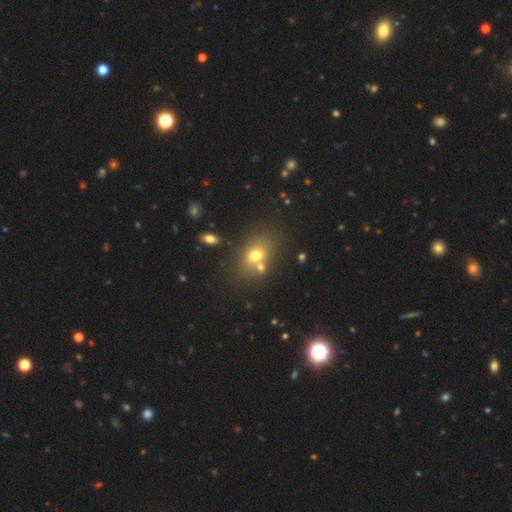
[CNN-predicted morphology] This appears to be a smooth galaxy with no disk features (66%) that is in between round and cigar-shaped (66%). Merging: none (57%).